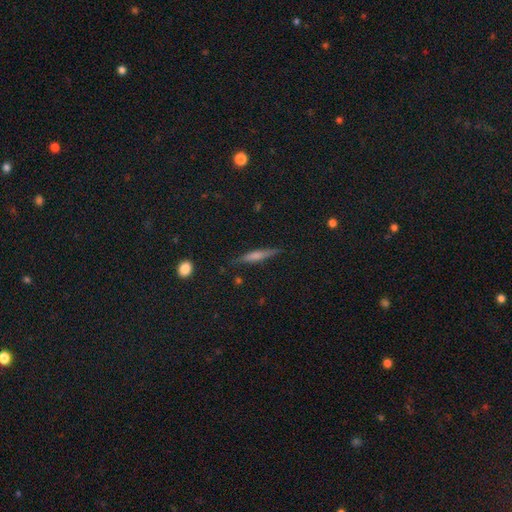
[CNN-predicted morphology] smooth-or-featured: featured or disk: 54% | smooth: 37% | star or artifact: 9%
  disk-edge-on: yes: 96% | no: 4%
    edge-on-bulge: rounded: 57% | none: 25% | boxy: 18%
  merging: none: 86% | minor disturbance: 10% | major disturbance: 2% | merger: 2%